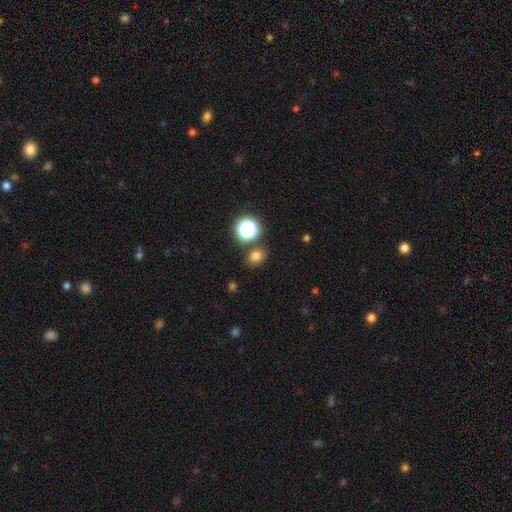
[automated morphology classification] type=smooth (74%); roundness=round (57%); merging=none (79%).